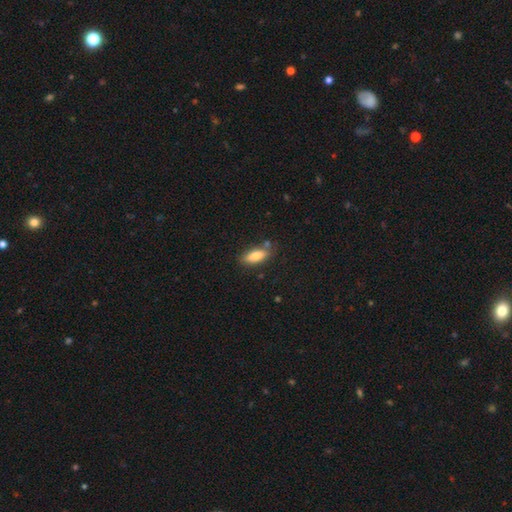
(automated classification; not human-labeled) A smooth galaxy with no disk features (81%) that is in between round and cigar-shaped (72%).

Vote fractions:
- Smooth or featured? smooth: 81% / featured or disk: 12% / star or artifact: 7%
- How rounded? in between: 72% / cigar-shaped: 26% / round: 2%
- Merging? none: 77% / minor disturbance: 14% / merger: 5% / major disturbance: 3%